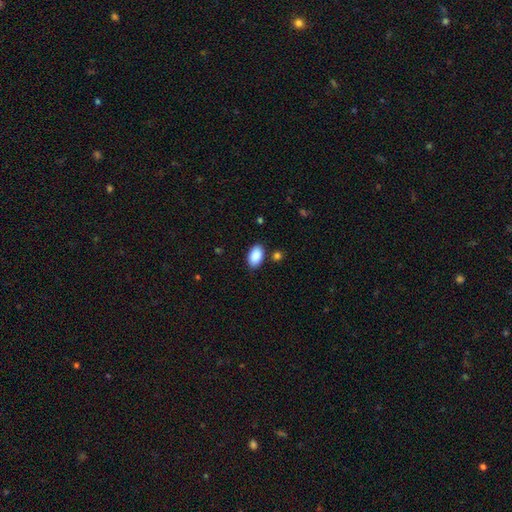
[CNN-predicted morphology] This appears to be a smooth galaxy with no disk features (89%) that is in between round and cigar-shaped (94%). Merging: none (85%).